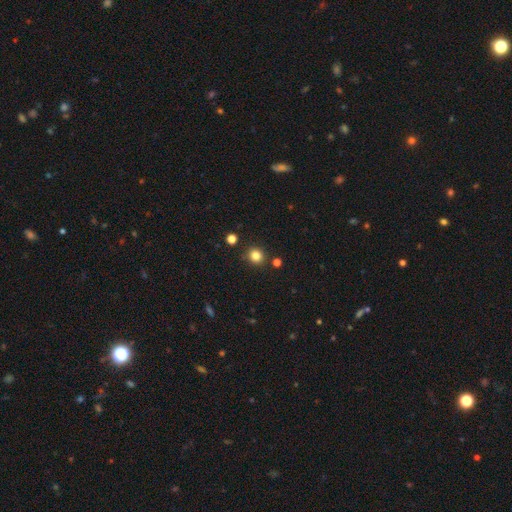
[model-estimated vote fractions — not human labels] Q: Smooth or featured?
A: smooth (82%); runner-up: star or artifact (13%)
Q: How rounded?
A: round (88%); runner-up: in between (11%)
Q: Merging?
A: none (87%); runner-up: minor disturbance (7%)